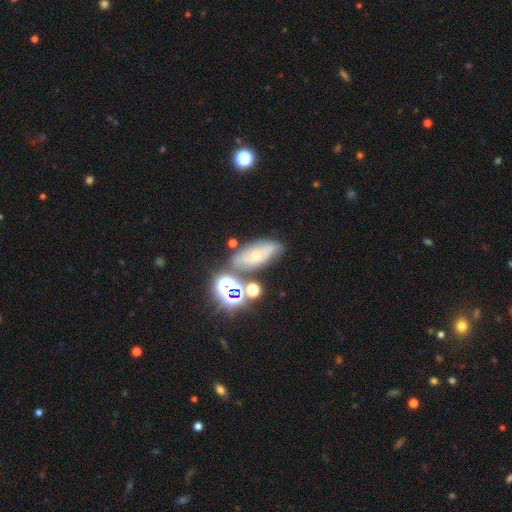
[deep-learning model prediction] This appears to be a featured or disk galaxy (37%). Merging: none (59%).